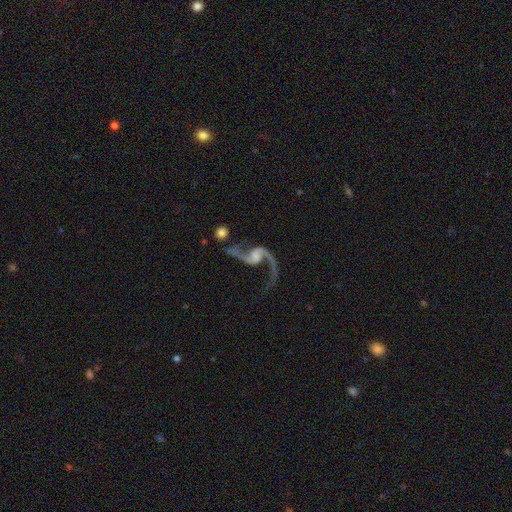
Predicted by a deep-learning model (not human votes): A featured or disk galaxy (92%) with no bar (50%), 2 (94%) loose (84%) spiral arms (98%) and no central bulge (42%).

Vote fractions:
- Smooth or featured? featured or disk: 92% / star or artifact: 4% / smooth: 3%
- Edge-on disk? no: 97% / yes: 3%
- Bar? no: 50% / weak: 38% / strong: 12%
- Spiral arms? yes: 98% / no: 2%
- Spiral winding? loose: 84% / medium: 13% / tight: 3%
- Spiral arm count? 2: 94% / 1: 2% / can't tell: 1% / 3: 1% / 4: 1% / more than 4: 1%
- Bulge size? none: 42% / small: 24% / moderate: 21% / large: 10% / dominant: 2%
- Merging? none: 61% / minor disturbance: 16% / major disturbance: 15% / merger: 9%